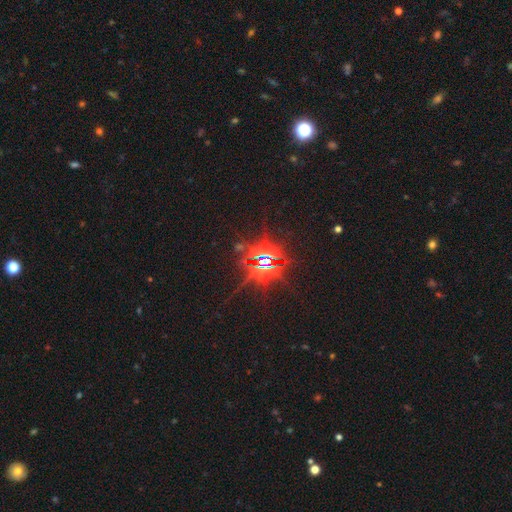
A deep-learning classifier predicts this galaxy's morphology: This is clearly a star or artifact rather than a galaxy (87%).